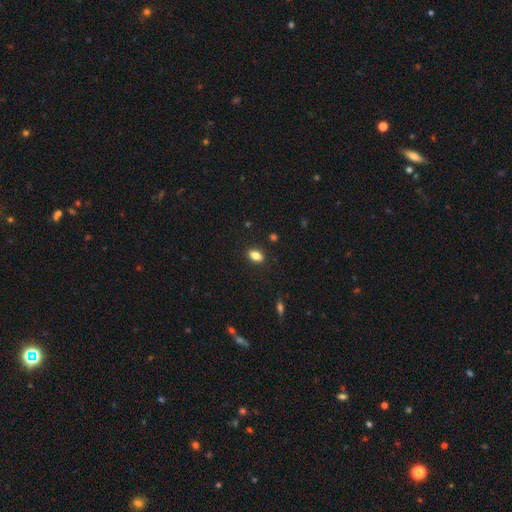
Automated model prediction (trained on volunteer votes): smooth 82%, star or artifact 10%, featured or disk 8%. Down the decision tree: how rounded — in between (84%); merging — none (87%).